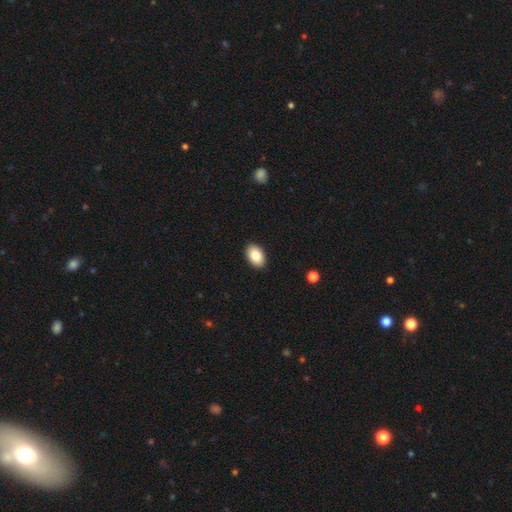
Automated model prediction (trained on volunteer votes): Smooth or featured?
  - smooth: 85% *
  - featured or disk: 8%
  - star or artifact: 7%
How rounded?
  - in between: 89% *
  - round: 9%
  - cigar-shaped: 1%
Merging?
  - none: 90% *
  - minor disturbance: 7%
  - major disturbance: 2%
  - merger: 1%